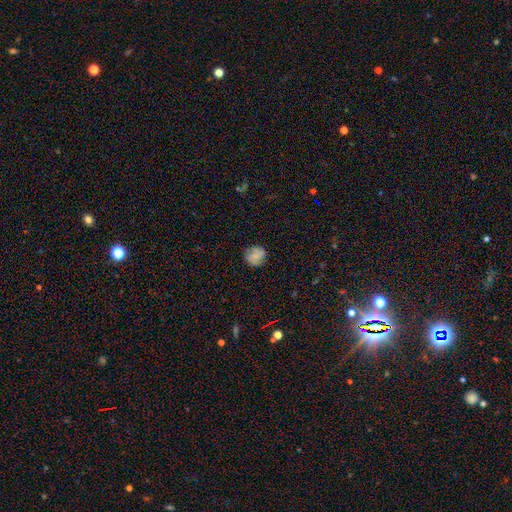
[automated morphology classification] Smooth or featured? smooth (65%)
How rounded? round (83%)
Merging? none (79%)